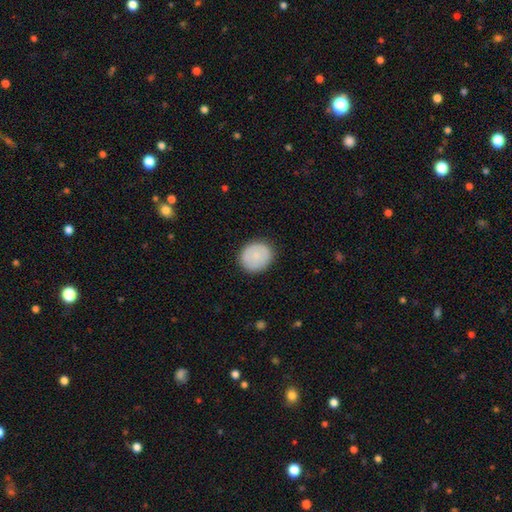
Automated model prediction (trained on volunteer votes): Smooth or featured? smooth (80%)
How rounded? round (82%)
Merging? none (88%)